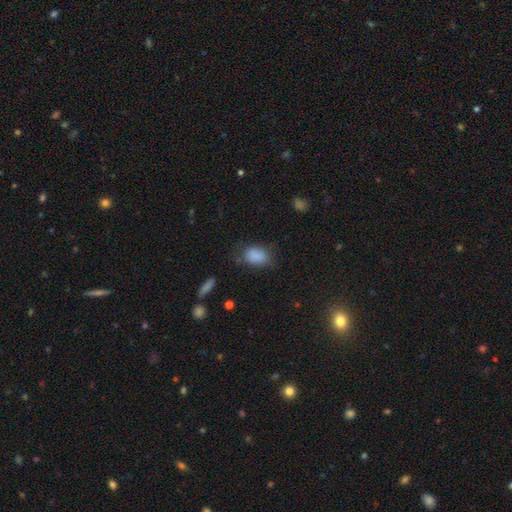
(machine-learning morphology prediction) This is clearly a smooth galaxy (85%). How rounded: clearly in between (81%). Merging: likely none (65%).